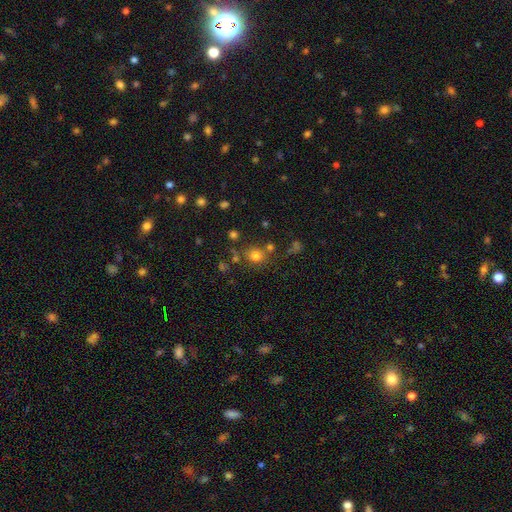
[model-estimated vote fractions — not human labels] This appears to be a smooth galaxy with no disk features (75%) that is round (85%). Merging: none (72%).